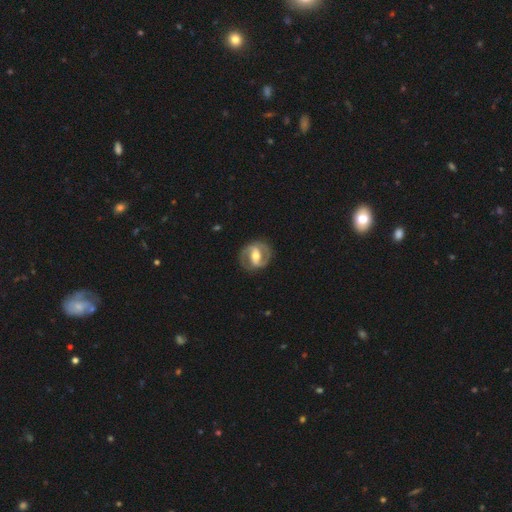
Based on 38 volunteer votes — A featured or disk galaxy (87%) with a strong bar (62%), 2 (100%) medium (67%) spiral arms (84%) and a moderate central bulge (62%).

Vote fractions:
- Smooth or featured? featured or disk: 87% / smooth: 8% / star or artifact: 5%
- Edge-on disk? no: 97% / yes: 3%
- Bar? strong: 62% / weak: 28% / no: 9%
- Spiral arms? yes: 84% / no: 16%
- Spiral winding? medium: 67% / tight: 26% / loose: 7%
- Spiral arm count? 2: 100% / 1: 0% / 3: 0% / 4: 0% / more than 4: 0% / can't tell: 0%
- Bulge size? moderate: 62% / large: 19% / small: 16% / dominant: 3% / none: 0%
- Merging? none: 83% / major disturbance: 8% / minor disturbance: 6% / merger: 3%